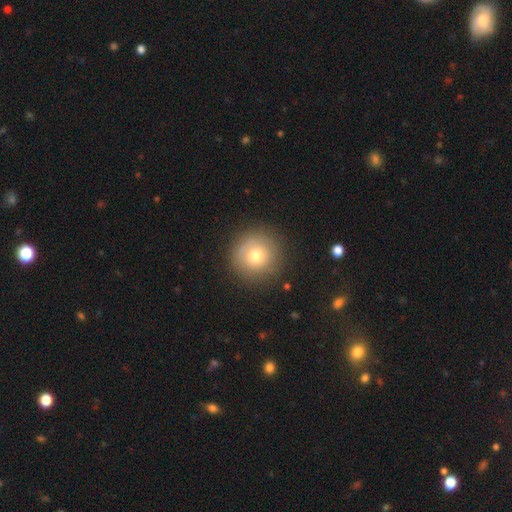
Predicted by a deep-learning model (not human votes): This is likely a smooth galaxy (67%). How rounded: clearly round (94%). Merging: clearly none (83%).